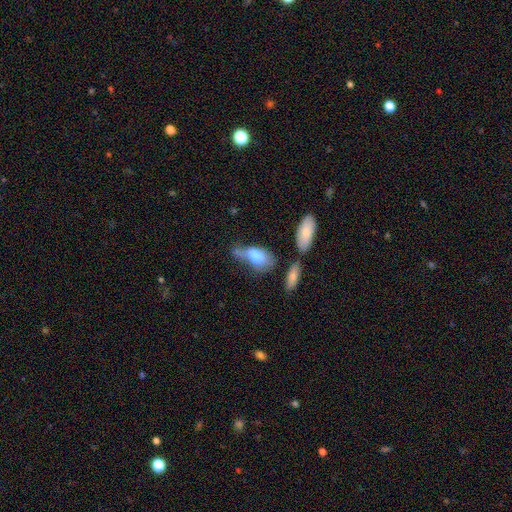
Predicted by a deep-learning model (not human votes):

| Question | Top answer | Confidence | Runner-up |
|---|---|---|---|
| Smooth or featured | smooth | 70% | featured or disk (23%) |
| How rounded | in between | 83% | cigar-shaped (10%) |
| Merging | minor disturbance | 30% | none (26%) |